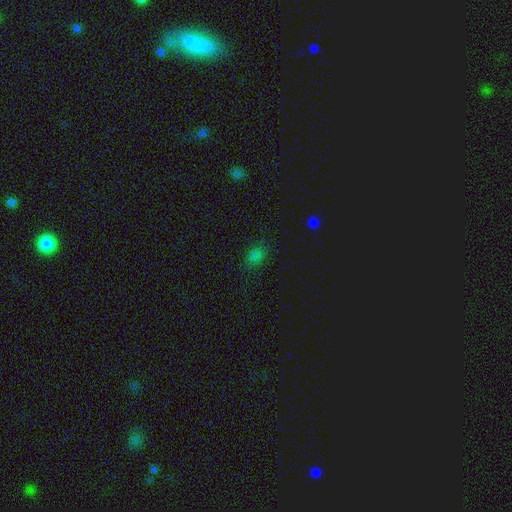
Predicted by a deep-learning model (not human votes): A smooth galaxy with no disk features (78%) that is in between round and cigar-shaped (64%). Merging: none (80%).